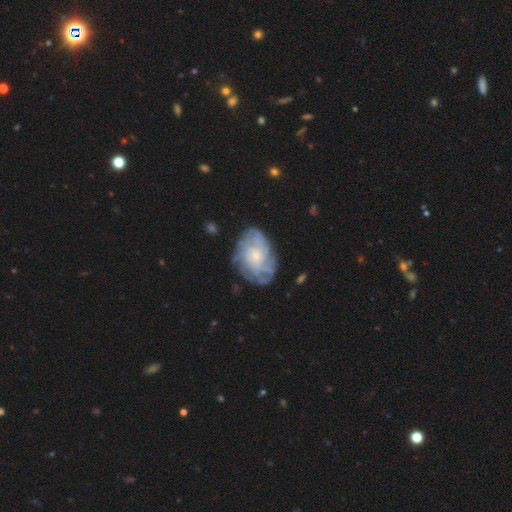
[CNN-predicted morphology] Q: Smooth or featured?
A: featured or disk (72%); runner-up: smooth (21%)
Q: Edge-on disk?
A: no (97%); runner-up: yes (3%)
Q: Bar?
A: no (81%); runner-up: weak (17%)
Q: Spiral arms?
A: yes (83%); runner-up: no (17%)
Q: Spiral winding?
A: tight (59%); runner-up: medium (28%)
Q: Spiral arm count?
A: can't tell (55%); runner-up: 4 (13%)
Q: Bulge size?
A: small (67%); runner-up: moderate (26%)
Q: Merging?
A: none (71%); runner-up: minor disturbance (19%)